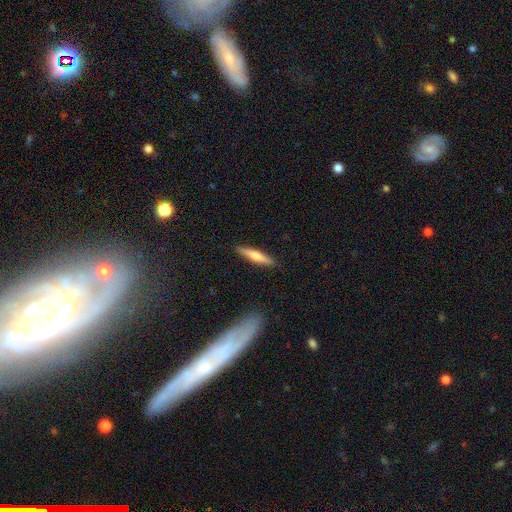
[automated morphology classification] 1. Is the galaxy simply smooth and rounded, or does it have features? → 57% smooth, 37% featured or disk, 6% star or artifact.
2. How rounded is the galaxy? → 88% cigar-shaped, 10% in between, 2% round.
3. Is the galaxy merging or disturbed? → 90% none, 7% minor disturbance, 2% major disturbance, 1% merger.